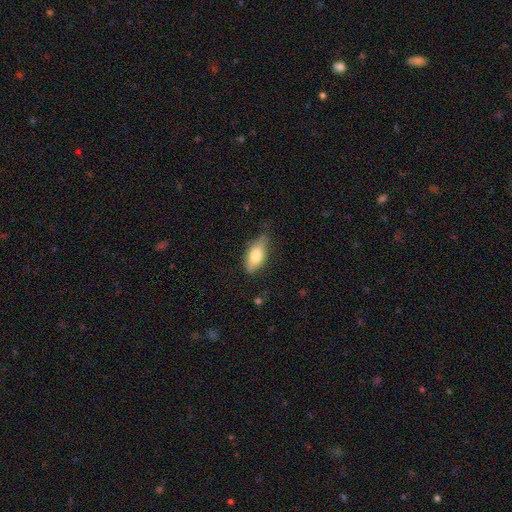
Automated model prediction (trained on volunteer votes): smooth-or-featured: smooth: 68% | featured or disk: 25% | star or artifact: 7%
  how-rounded: in between: 82% | cigar-shaped: 14% | round: 4%
  merging: none: 68% | minor disturbance: 26% | major disturbance: 5% | merger: 2%